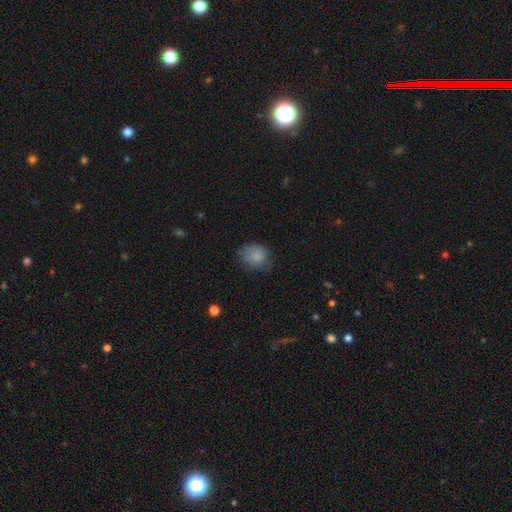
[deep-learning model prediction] Smooth or featured? Predicted: smooth (p=0.83). How rounded? Predicted: round (p=0.66). Merging? Predicted: none (p=0.63).